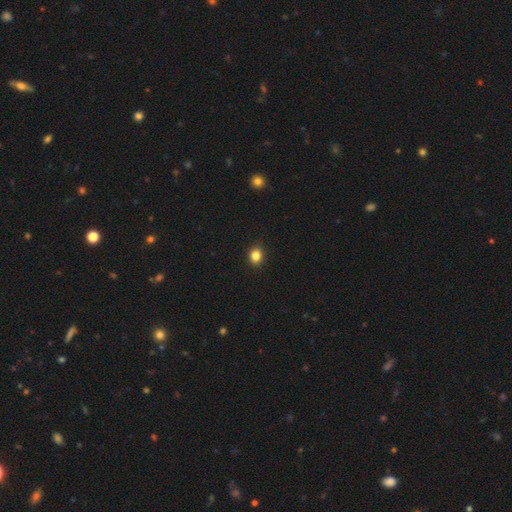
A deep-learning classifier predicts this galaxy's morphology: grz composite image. It shows a smooth galaxy with no disk features (85%) that is round (55%). Merging: none (89%).